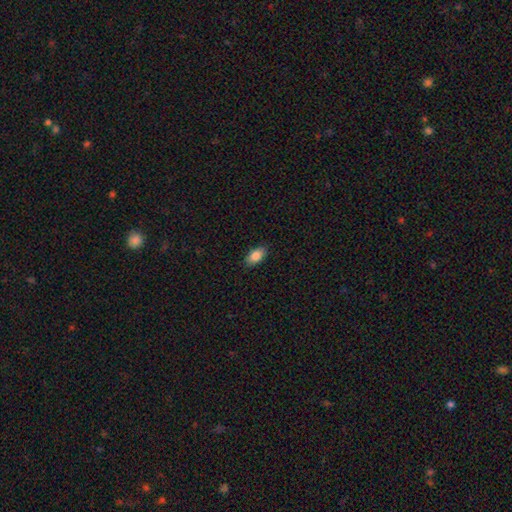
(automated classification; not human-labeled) The model was most divided on "merging": none: 88%, minor disturbance: 9%, major disturbance: 2%, merger: 1%. More confident: how rounded — in between (91%); smooth or featured — smooth (86%).